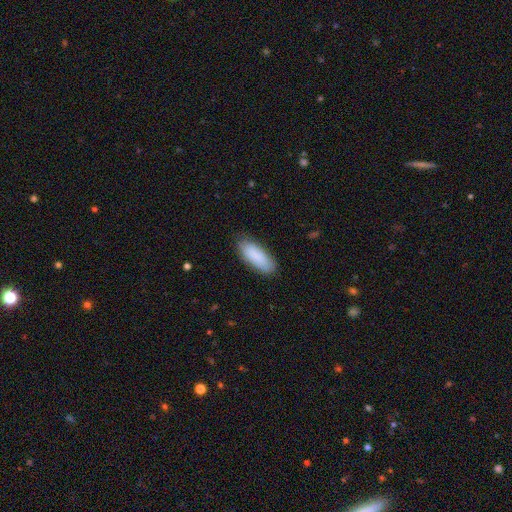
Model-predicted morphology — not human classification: This is clearly a smooth galaxy (88%). How rounded: likely in between (73%). Merging: clearly none (82%).